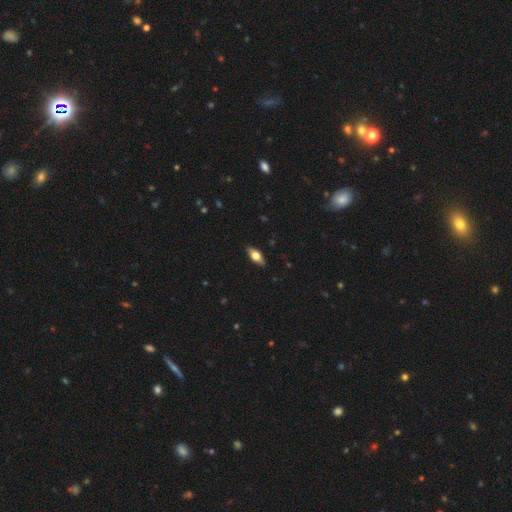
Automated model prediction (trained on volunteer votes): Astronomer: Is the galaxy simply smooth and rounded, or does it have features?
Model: smooth — 64%.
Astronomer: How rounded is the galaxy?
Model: in between — 83%.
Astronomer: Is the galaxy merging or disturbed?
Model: none — 88%.